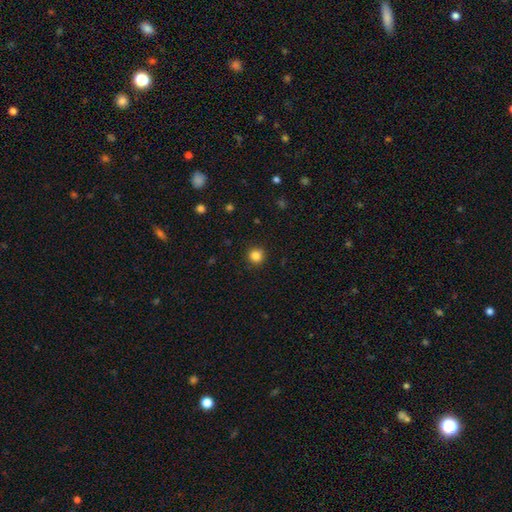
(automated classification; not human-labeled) Smooth or featured? Predicted: smooth (p=0.84). How rounded? Predicted: round (p=0.92). Merging? Predicted: none (p=0.90).